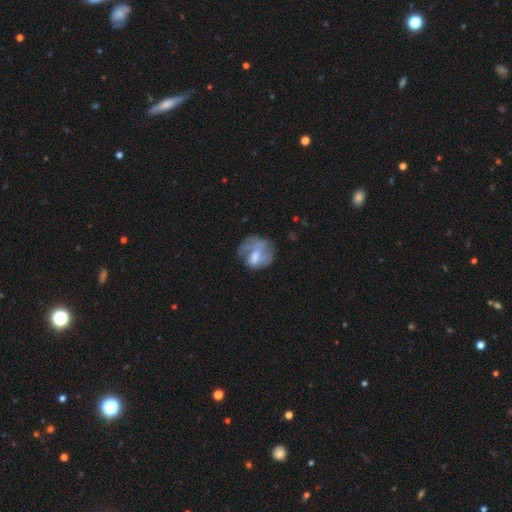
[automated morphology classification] Smooth or featured? featured or disk (46%)
Merging? none (40%)